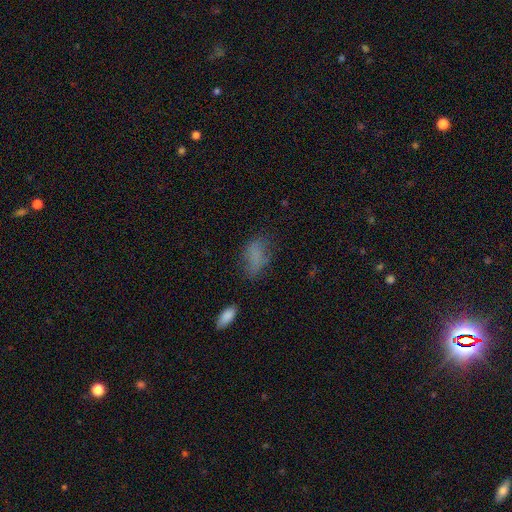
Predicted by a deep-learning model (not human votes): This appears to be a smooth galaxy with no disk features (72%) that is in between round and cigar-shaped (87%). Merging: none (54%).